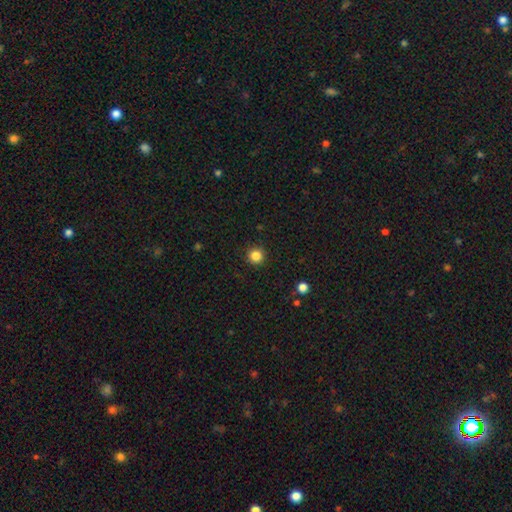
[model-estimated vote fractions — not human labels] smooth_or_featured: smooth (p=0.84) [alt: star or artifact p=0.12]
how_rounded: round (p=0.96) [alt: in between p=0.03]
merging: none (p=0.92) [alt: minor disturbance p=0.05]